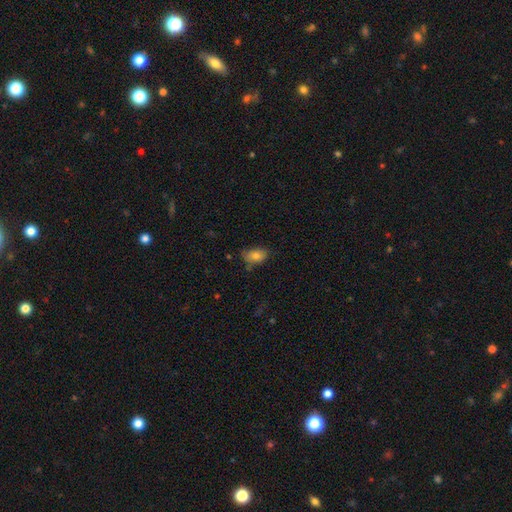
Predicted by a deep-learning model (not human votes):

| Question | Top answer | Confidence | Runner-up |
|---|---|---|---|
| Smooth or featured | smooth | 81% | featured or disk (10%) |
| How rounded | in between | 85% | round (13%) |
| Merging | none | 62% | minor disturbance (28%) |